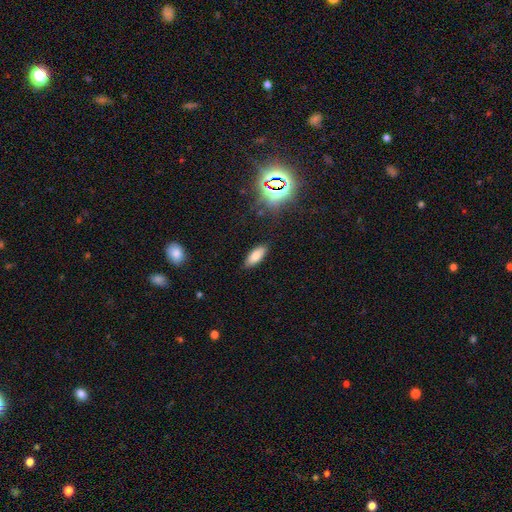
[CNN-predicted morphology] Q: Smooth or featured?
A: smooth (78%); runner-up: star or artifact (12%)
Q: How rounded?
A: in between (79%); runner-up: cigar-shaped (19%)
Q: Merging?
A: none (85%); runner-up: minor disturbance (11%)